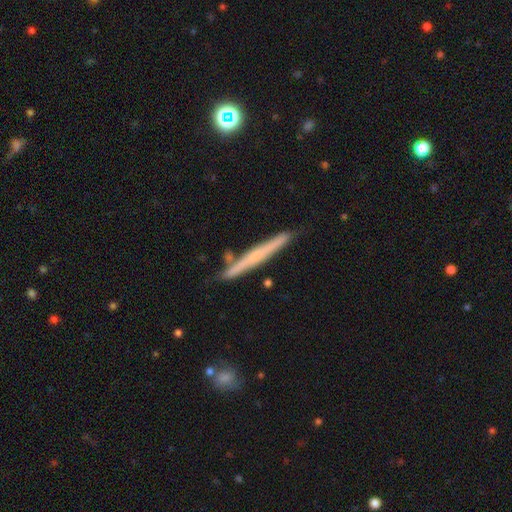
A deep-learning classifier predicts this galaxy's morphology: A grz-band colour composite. It shows a featured or disk galaxy (56%) viewed edge-on (96%) with no central bulge (61%). Merging: none (82%).